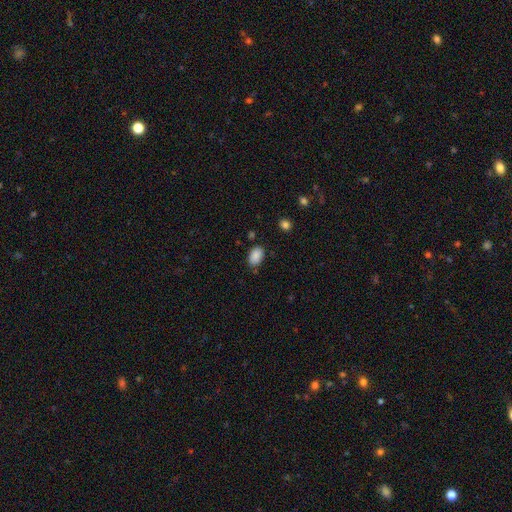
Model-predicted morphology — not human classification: Overall: smooth (88%). How rounded: in between (86%). Merging: none (77%).